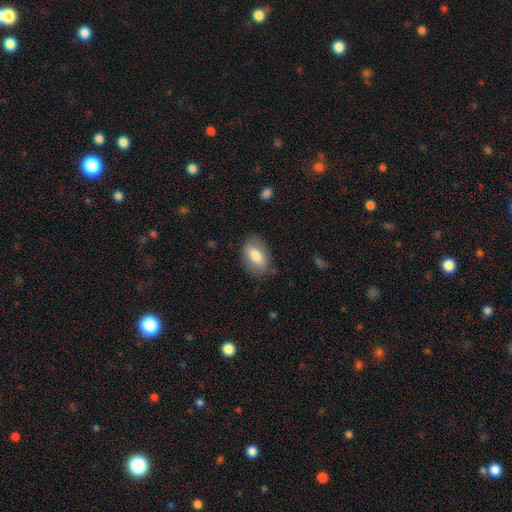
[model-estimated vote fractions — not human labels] This appears to be a smooth galaxy with no disk features (73%) that is in between round and cigar-shaped (88%). Merging: none (80%).